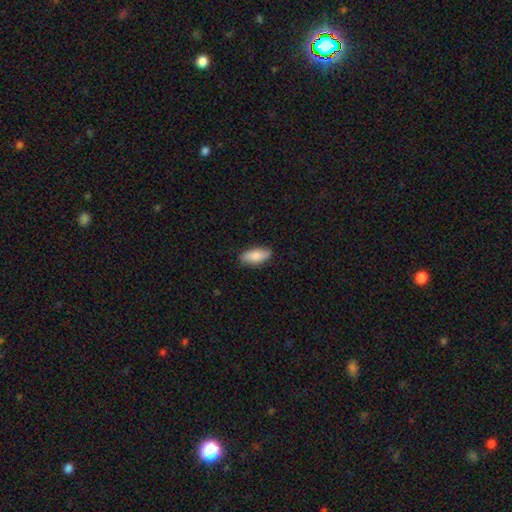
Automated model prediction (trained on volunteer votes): The model was most divided on "how rounded": in between: 82%, cigar-shaped: 16%, round: 2%. More confident: merging — none (84%); smooth or featured — smooth (81%).